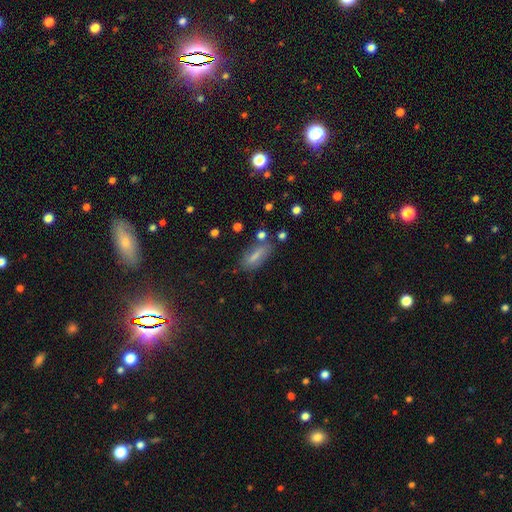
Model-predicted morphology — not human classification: Smooth or featured? Predicted: smooth (p=0.73). How rounded? Predicted: in between (p=0.63). Merging? Predicted: none (p=0.69).